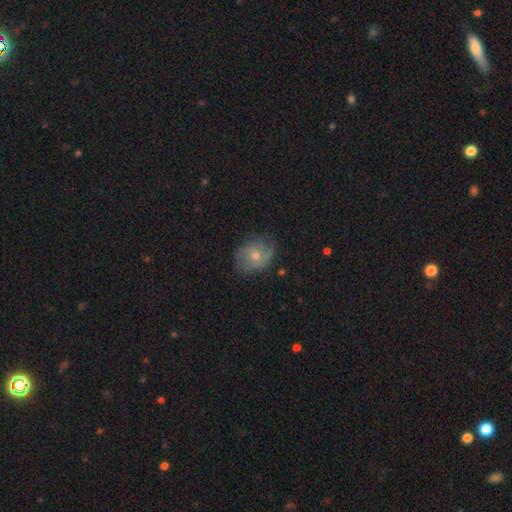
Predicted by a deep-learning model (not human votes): smooth_or_featured: featured or disk (p=0.46) [tied with: smooth p=0.46]
merging: none (p=0.61) [alt: minor disturbance p=0.27]